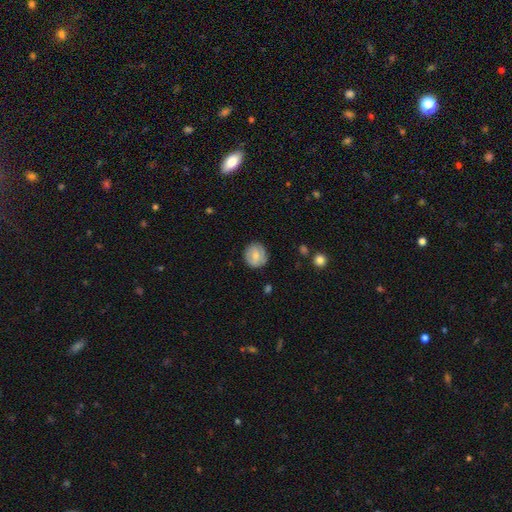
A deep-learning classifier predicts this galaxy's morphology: This appears to be a smooth galaxy with no disk features (62%) that is round (86%). Merging: none (82%).